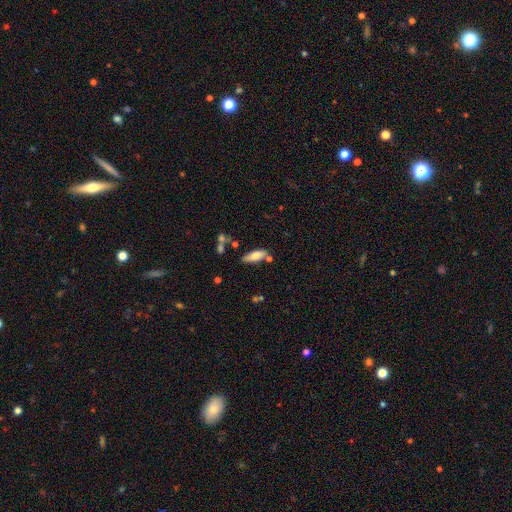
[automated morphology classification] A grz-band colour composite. It shows a smooth galaxy with no disk features (73%) that is in between round and cigar-shaped (66%). Merging: none (69%).